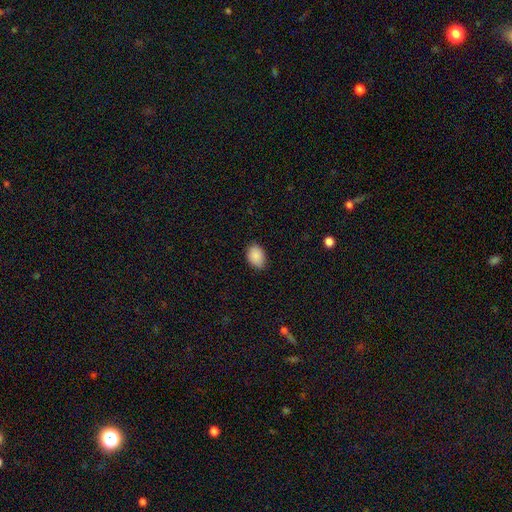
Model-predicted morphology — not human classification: smooth 89%, star or artifact 7%, featured or disk 4%. Down the decision tree: how rounded — in between (78%); merging — none (83%).